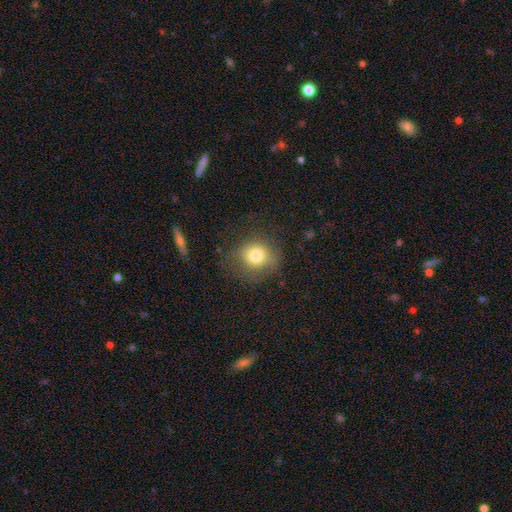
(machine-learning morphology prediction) Overall: smooth (77%). How rounded: round (82%). Merging: none (69%).